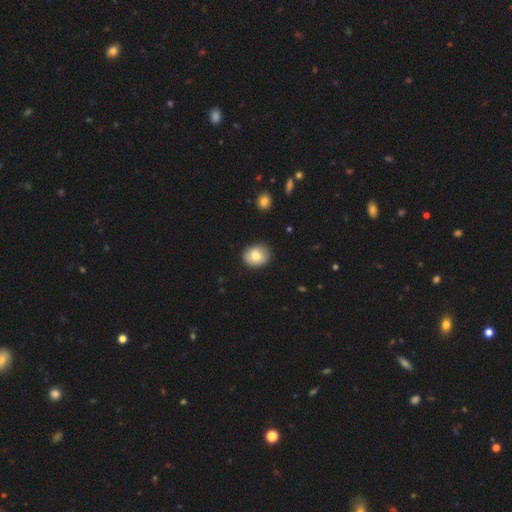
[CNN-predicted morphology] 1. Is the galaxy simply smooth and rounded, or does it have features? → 76% smooth, 16% featured or disk, 8% star or artifact.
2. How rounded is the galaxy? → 58% round, 42% in between, 1% cigar-shaped.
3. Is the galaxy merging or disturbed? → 84% none, 12% minor disturbance, 2% major disturbance, 1% merger.